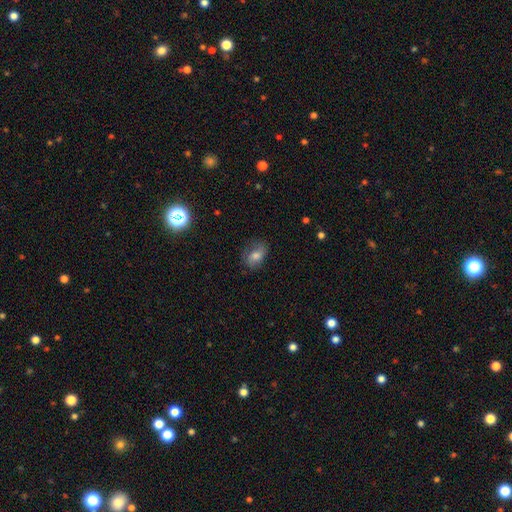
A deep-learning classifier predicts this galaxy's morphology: type=smooth (66%); roundness=in between (73%); merging=none (65%).